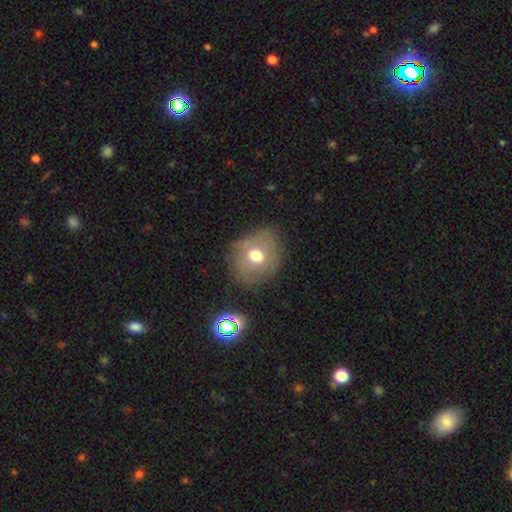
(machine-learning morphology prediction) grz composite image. It shows a smooth galaxy with no disk features (58%) that is round (73%). Merging: none (72%).